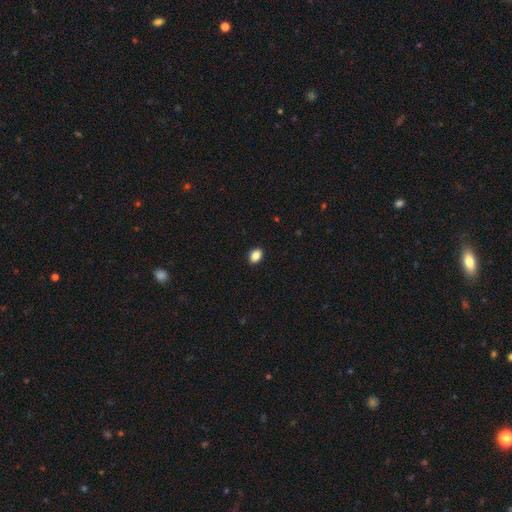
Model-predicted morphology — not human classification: A smooth galaxy with no disk features (88%) that is in between round and cigar-shaped (72%).

Vote fractions:
- Smooth or featured? smooth: 88% / star or artifact: 9% / featured or disk: 3%
- How rounded? in between: 72% / round: 27% / cigar-shaped: 1%
- Merging? none: 91% / minor disturbance: 7% / major disturbance: 2% / merger: 1%